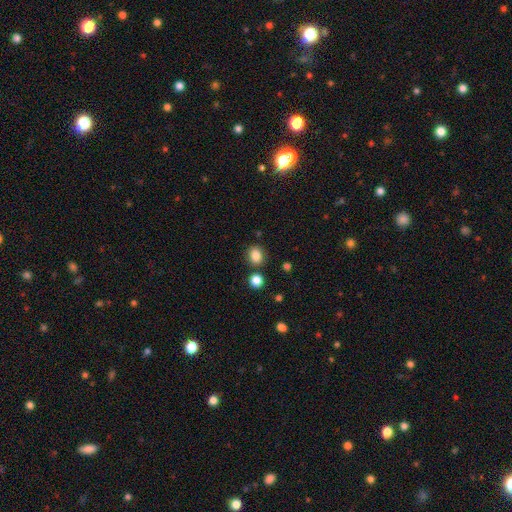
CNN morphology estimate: A smooth galaxy with no disk features (84%) that is round (58%).

Vote fractions:
- Smooth or featured? smooth: 84% / star or artifact: 11% / featured or disk: 5%
- How rounded? round: 58% / in between: 41% / cigar-shaped: 1%
- Merging? none: 81% / minor disturbance: 9% / merger: 7% / major disturbance: 3%